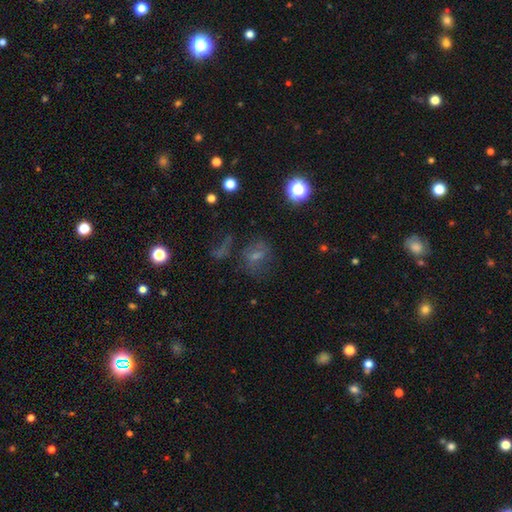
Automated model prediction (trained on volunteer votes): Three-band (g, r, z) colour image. It shows a smooth galaxy with no disk features (43%). Merging: none (48%).